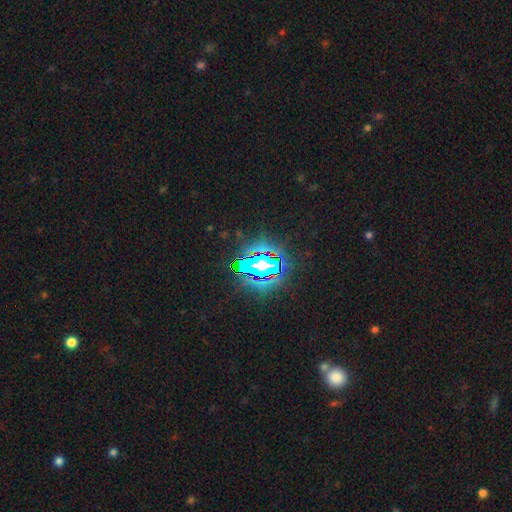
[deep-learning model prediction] Smooth or featured?
  - star or artifact: 82% *
  - smooth: 10%
  - featured or disk: 7%